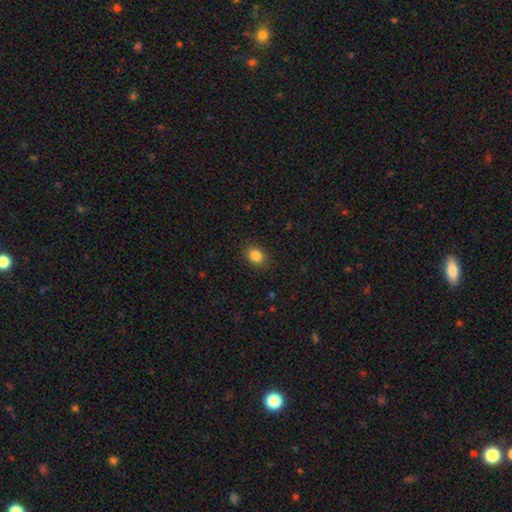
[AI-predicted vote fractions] Smooth or featured: smooth — 85% (star or artifact — 10%)
How rounded: round — 55% (in between — 44%)
Merging: none — 88% (minor disturbance — 9%)